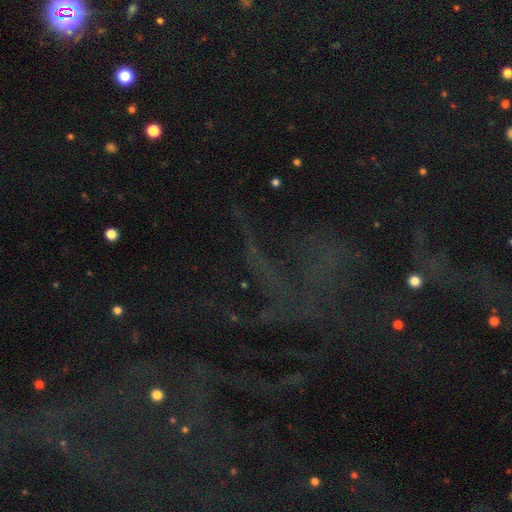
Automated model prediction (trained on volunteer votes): Morphology: type=star or artifact (72%).